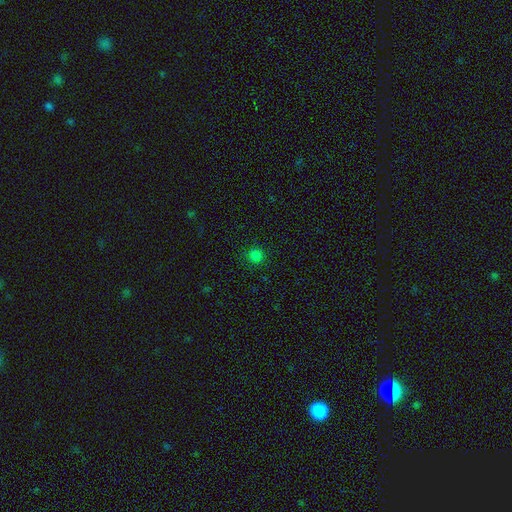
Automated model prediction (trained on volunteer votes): smooth_or_featured: smooth (p=0.80) [alt: star or artifact p=0.17]
how_rounded: round (p=0.94) [alt: in between p=0.05]
merging: none (p=0.91) [alt: minor disturbance p=0.06]